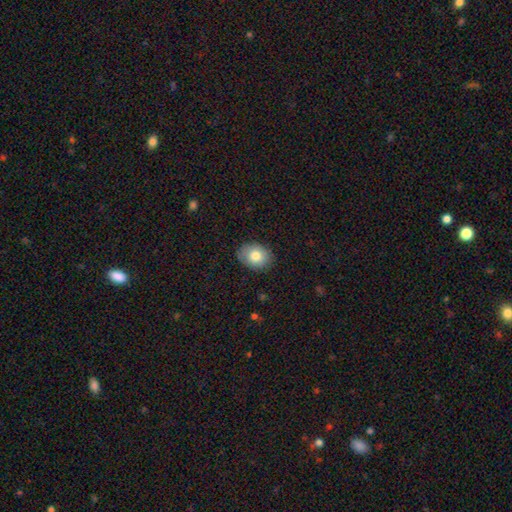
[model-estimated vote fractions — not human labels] The model was most divided on "how rounded": in between: 61%, round: 38%, cigar-shaped: 1%. More confident: merging — none (85%); smooth or featured — smooth (79%).